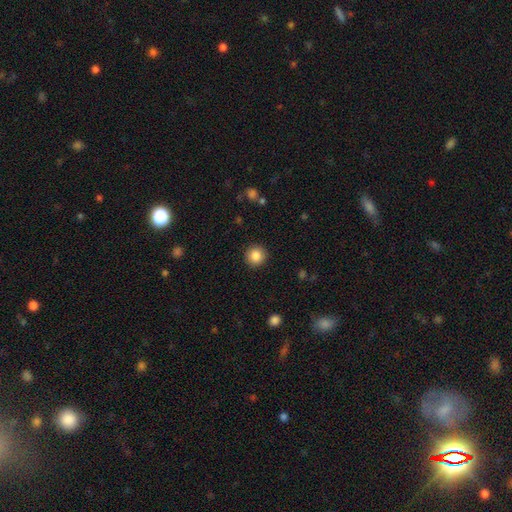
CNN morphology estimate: Smooth or featured? Predicted: smooth (p=0.86). How rounded? Predicted: round (p=0.94). Merging? Predicted: none (p=0.92).